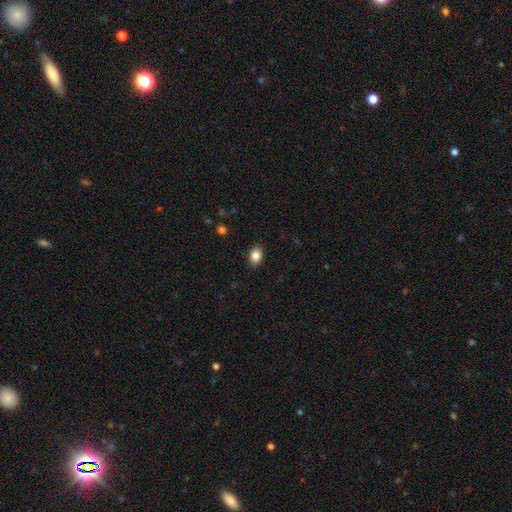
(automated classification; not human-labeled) Smooth or featured: smooth — 85% (star or artifact — 8%)
How rounded: in between — 80% (round — 18%)
Merging: none — 88% (minor disturbance — 9%)